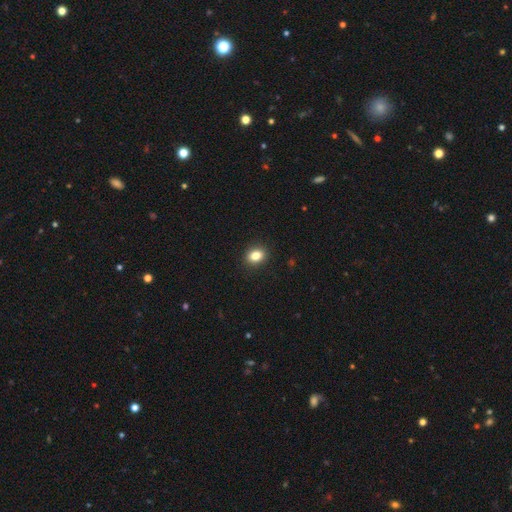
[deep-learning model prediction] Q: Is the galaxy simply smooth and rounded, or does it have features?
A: smooth — 84%.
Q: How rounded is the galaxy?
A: in between — 56%.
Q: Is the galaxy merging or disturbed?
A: none — 90%.